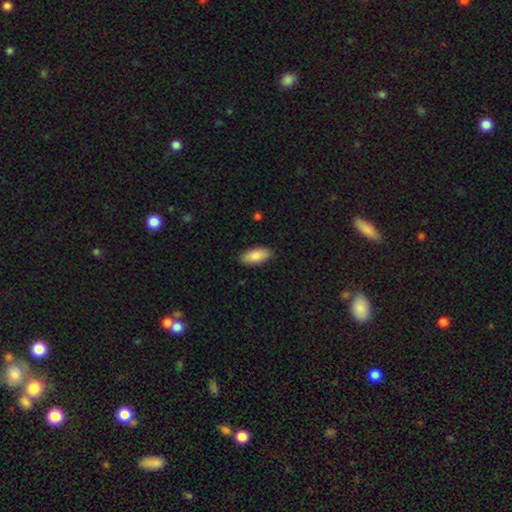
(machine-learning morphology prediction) smooth-or-featured: smooth: 88% | featured or disk: 6% | star or artifact: 6%
  how-rounded: in between: 87% | cigar-shaped: 11% | round: 2%
  merging: none: 88% | minor disturbance: 9% | major disturbance: 2% | merger: 1%